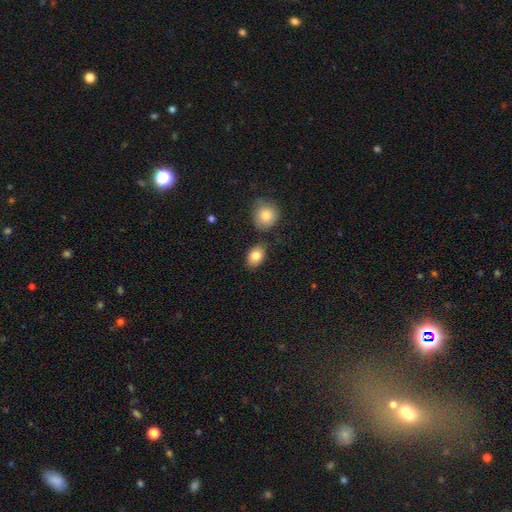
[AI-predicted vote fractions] A smooth galaxy with no disk features (83%) that is in between round and cigar-shaped (78%). Merging: none (78%).